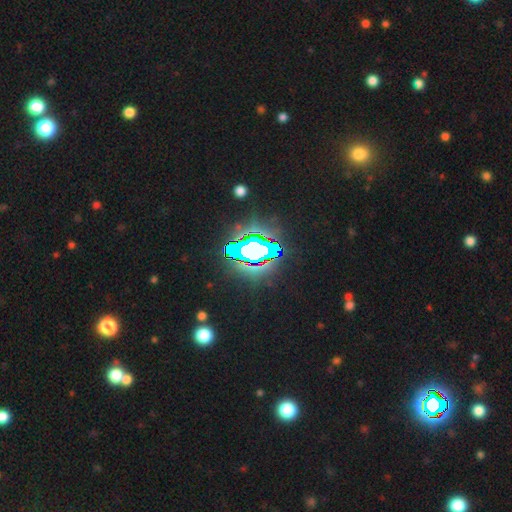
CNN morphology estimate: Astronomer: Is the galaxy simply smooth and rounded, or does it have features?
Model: star or artifact — 70%.